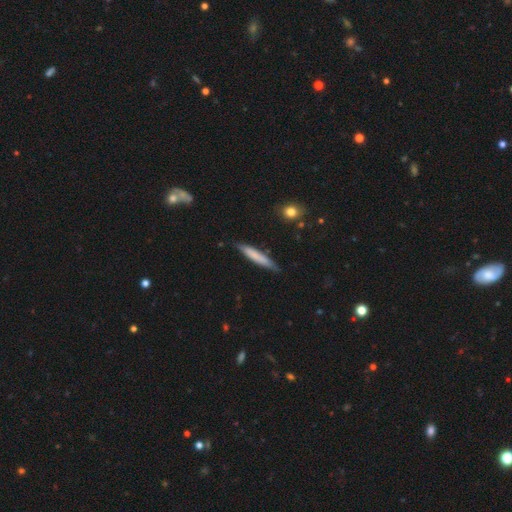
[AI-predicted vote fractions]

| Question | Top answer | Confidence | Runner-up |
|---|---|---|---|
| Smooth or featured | smooth | 72% | featured or disk (22%) |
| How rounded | cigar-shaped | 92% | in between (6%) |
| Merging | none | 82% | minor disturbance (14%) |